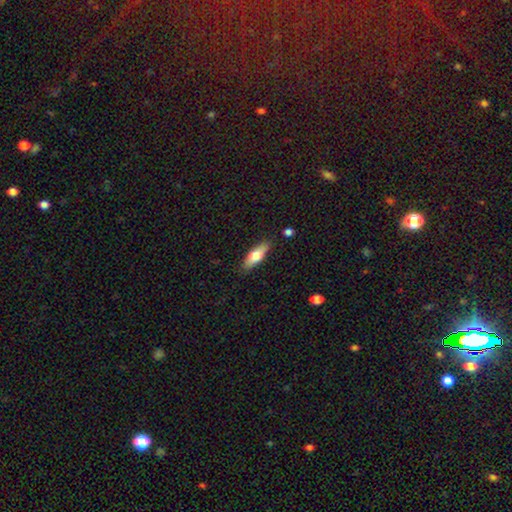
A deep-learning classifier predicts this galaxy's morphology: A smooth galaxy with no disk features (64%) that is in between round and cigar-shaped (57%).

Vote fractions:
- Smooth or featured? smooth: 64% / featured or disk: 30% / star or artifact: 6%
- How rounded? in between: 57% / cigar-shaped: 40% / round: 3%
- Merging? none: 85% / minor disturbance: 11% / major disturbance: 2% / merger: 2%